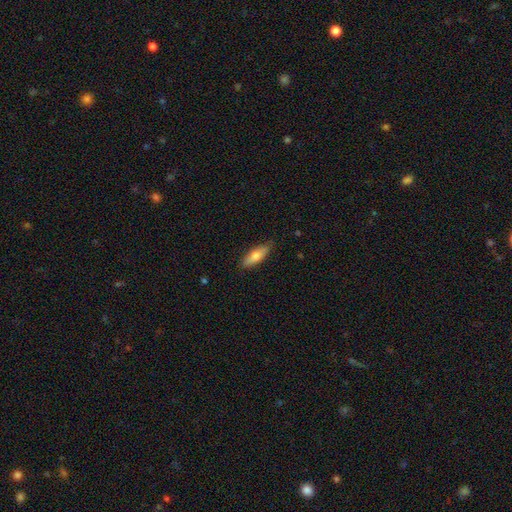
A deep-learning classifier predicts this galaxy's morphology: smooth_or_featured: smooth (p=0.71) [alt: featured or disk p=0.23]
how_rounded: cigar-shaped (p=0.52) [alt: in between p=0.46]
merging: none (p=0.86) [alt: minor disturbance p=0.11]